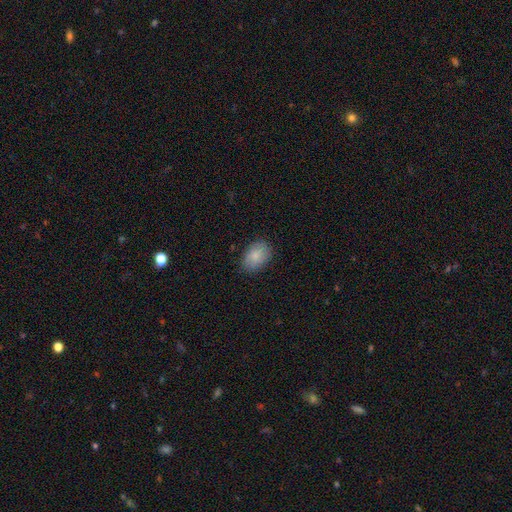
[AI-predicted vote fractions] A smooth galaxy with no disk features (85%) that is in between round and cigar-shaped (82%).

Vote fractions:
- Smooth or featured? smooth: 85% / featured or disk: 9% / star or artifact: 7%
- How rounded? in between: 82% / round: 17% / cigar-shaped: 1%
- Merging? none: 81% / minor disturbance: 15% / major disturbance: 3% / merger: 1%